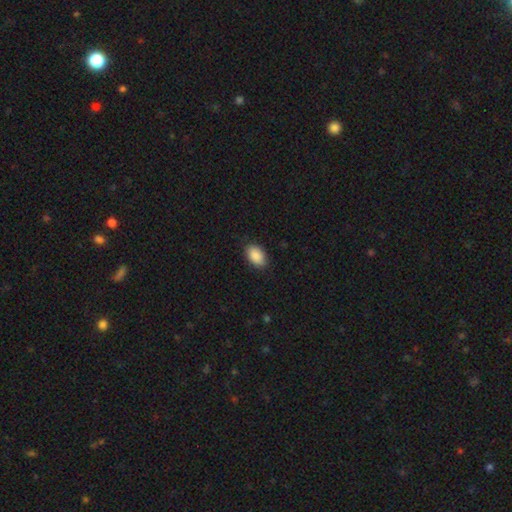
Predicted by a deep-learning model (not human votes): Q: Smooth or featured?
A: smooth (89%); runner-up: star or artifact (7%)
Q: How rounded?
A: in between (90%); runner-up: round (9%)
Q: Merging?
A: none (85%); runner-up: minor disturbance (12%)